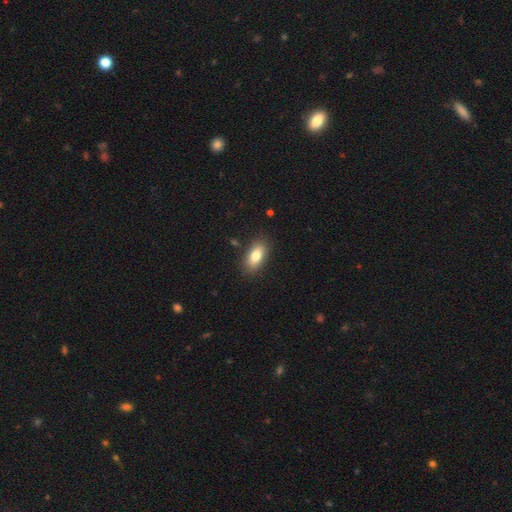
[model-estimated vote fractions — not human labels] Morphology: type=smooth (80%); roundness=in between (88%); merging=none (87%).